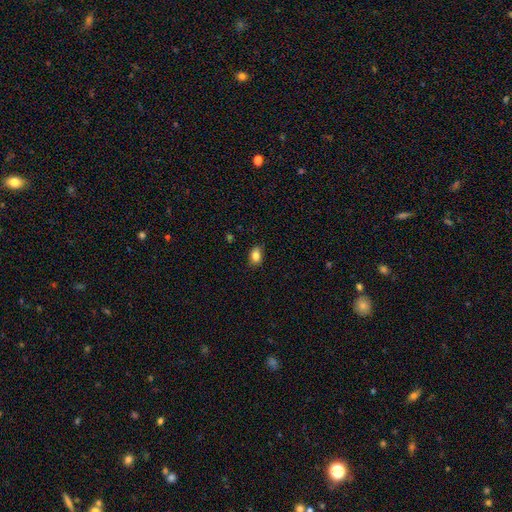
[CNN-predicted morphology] A smooth galaxy with no disk features (83%) that is in between round and cigar-shaped (76%). Merging: none (79%).